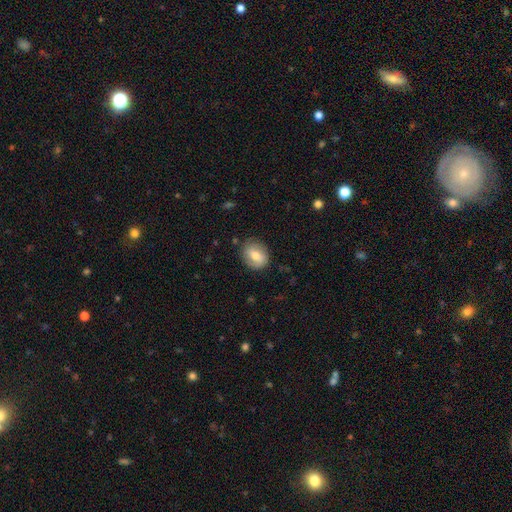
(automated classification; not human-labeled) This appears to be a smooth galaxy with no disk features (67%) that is round (53%). Merging: none (81%).